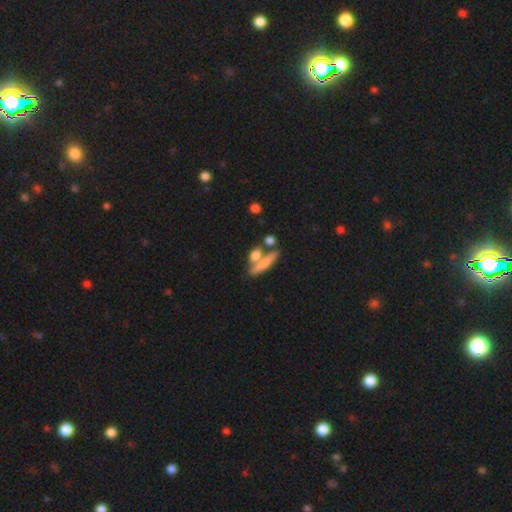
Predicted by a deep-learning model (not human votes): smooth_or_featured: smooth (p=0.70) [alt: featured or disk p=0.21]
how_rounded: cigar-shaped (p=0.46) [alt: in between p=0.38]
merging: none (p=0.51) [alt: merger p=0.32]